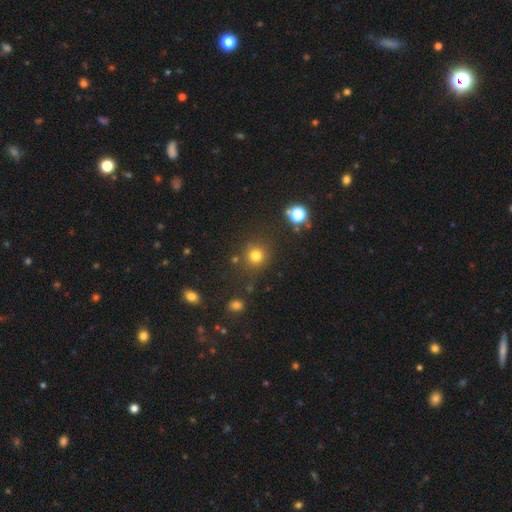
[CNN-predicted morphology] Smooth or featured?
  - smooth: 77% *
  - star or artifact: 17%
  - featured or disk: 6%
How rounded?
  - round: 93% *
  - in between: 6%
  - cigar-shaped: 1%
Merging?
  - none: 83% *
  - minor disturbance: 8%
  - merger: 5%
  - major disturbance: 4%